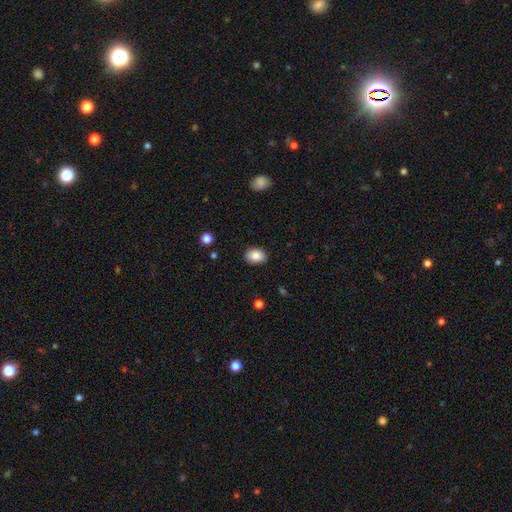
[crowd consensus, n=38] Morphology: type=smooth (82%); roundness=in between (94%); merging=none (91%).